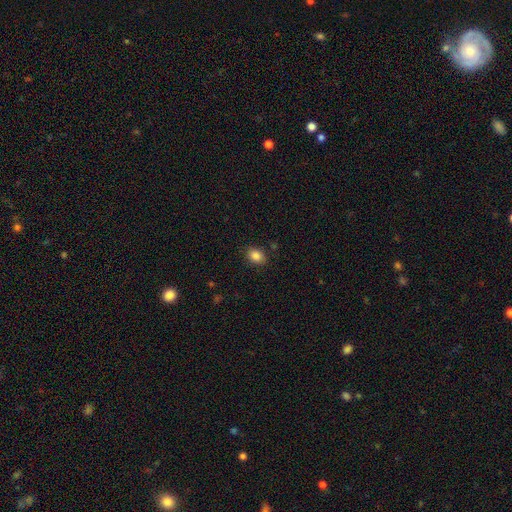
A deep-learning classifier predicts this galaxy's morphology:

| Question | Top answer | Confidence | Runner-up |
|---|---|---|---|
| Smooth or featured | smooth | 87% | star or artifact (9%) |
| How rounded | in between | 71% | round (28%) |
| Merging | none | 86% | minor disturbance (10%) |